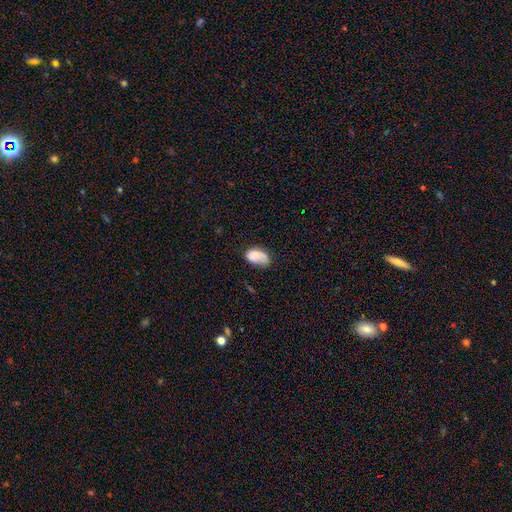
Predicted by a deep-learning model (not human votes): This appears to be a smooth galaxy with no disk features (76%) that is in between round and cigar-shaped (91%). Merging: none (48%).